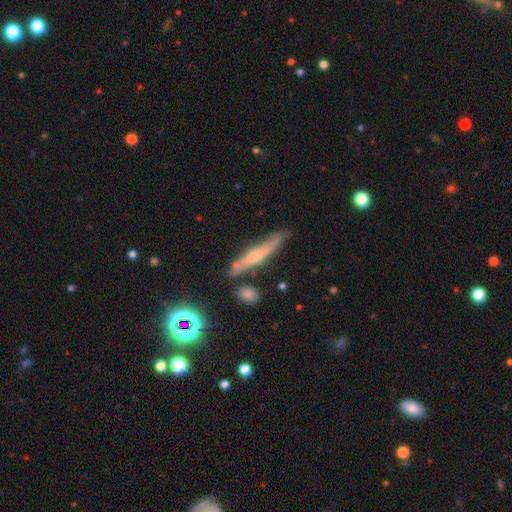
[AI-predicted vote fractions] Overall: smooth (47%; featured or disk 42%). Merging: none (68%).